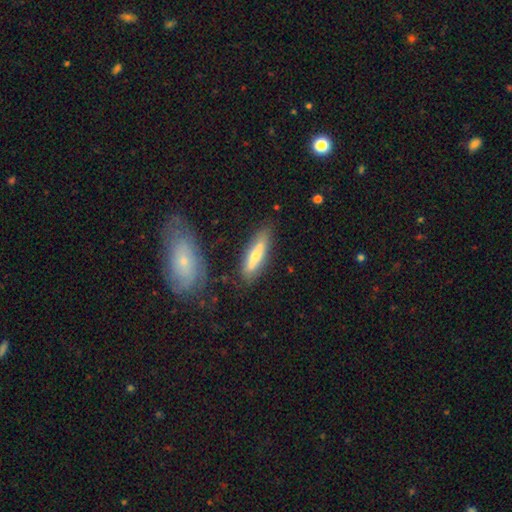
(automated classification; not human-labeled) A smooth galaxy with no disk features (47%). Merging: none (78%).